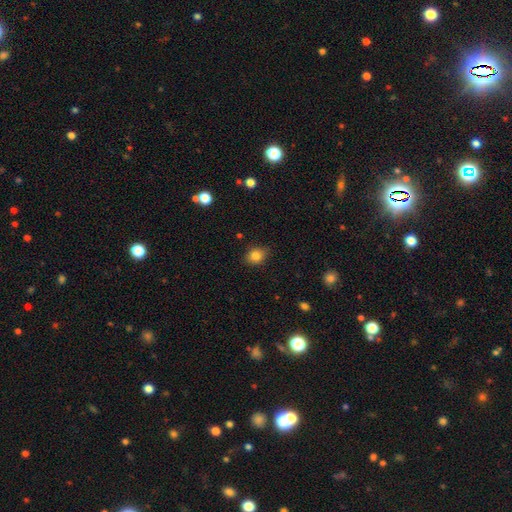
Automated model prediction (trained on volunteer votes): A smooth galaxy with no disk features (82%) that is round (58%).

Vote fractions:
- Smooth or featured? smooth: 82% / star or artifact: 11% / featured or disk: 7%
- How rounded? round: 58% / in between: 41% / cigar-shaped: 1%
- Merging? none: 81% / minor disturbance: 15% / major disturbance: 3% / merger: 1%